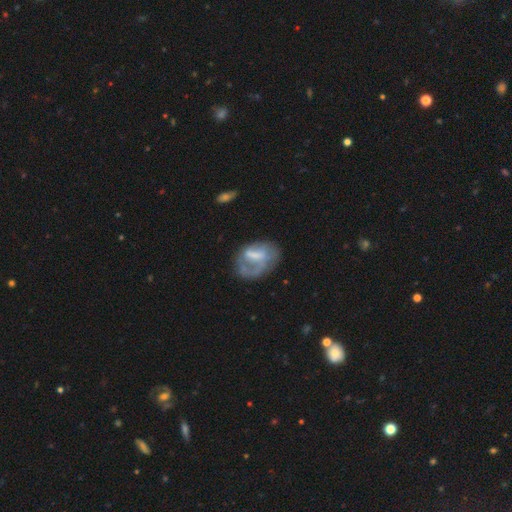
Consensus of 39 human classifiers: Overall: featured or disk (59%; smooth 38%). Edge-on disk: no (96%). Bar: strong (41%; weak 36%). Spiral arms: yes (59%; no 41%). Spiral arm count: 1 (69%). Spiral winding: medium (46%; loose 31%). Bulge size: none (50%; moderate 23%). Merging: major disturbance (39%; none 37%).